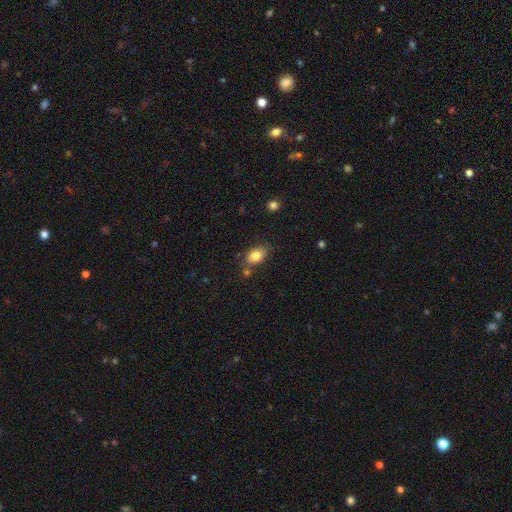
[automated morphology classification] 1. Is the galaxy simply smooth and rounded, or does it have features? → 82% smooth, 9% featured or disk, 9% star or artifact.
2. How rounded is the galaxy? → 84% in between, 14% round, 2% cigar-shaped.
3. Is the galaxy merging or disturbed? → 71% none, 16% minor disturbance, 10% merger, 4% major disturbance.